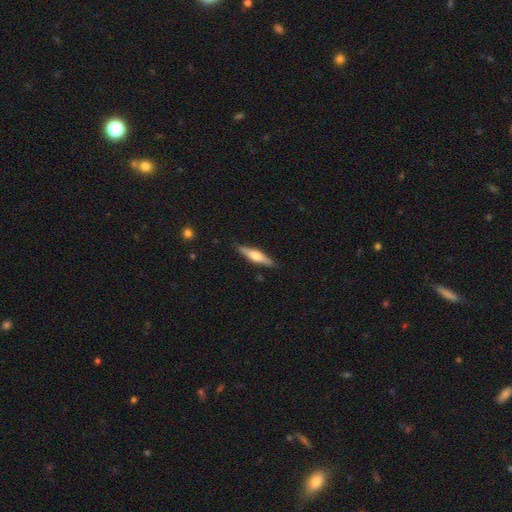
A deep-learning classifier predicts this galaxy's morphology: The model was most divided on "smooth or featured": featured or disk: 53%, smooth: 42%, star or artifact: 5%. More confident: edge-on disk — yes (95%); merging — none (87%).